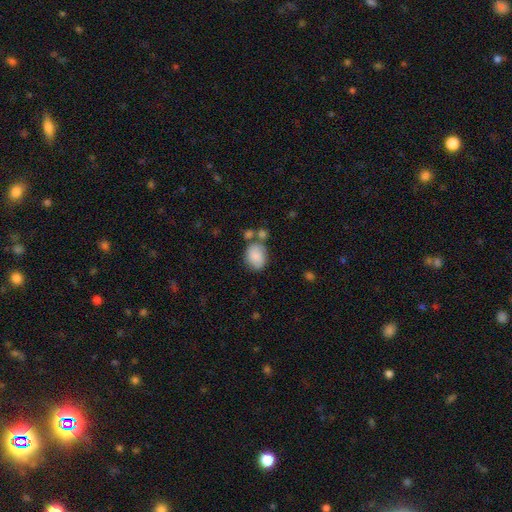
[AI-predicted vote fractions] Smooth or featured? smooth (84%)
How rounded? in between (66%)
Merging? none (55%)